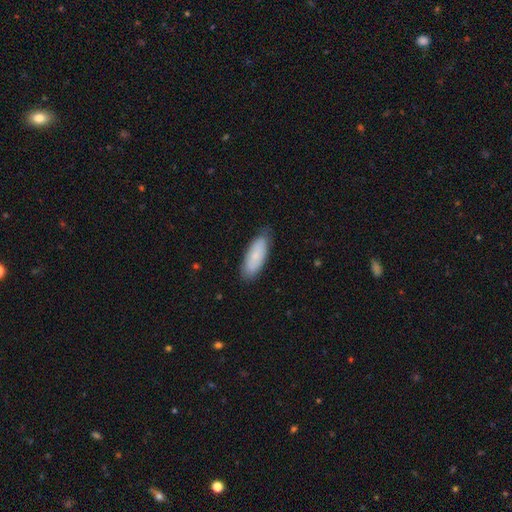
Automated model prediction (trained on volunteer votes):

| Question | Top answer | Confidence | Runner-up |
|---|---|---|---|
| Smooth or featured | smooth | 75% | featured or disk (19%) |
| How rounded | in between | 69% | cigar-shaped (29%) |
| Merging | none | 80% | minor disturbance (16%) |